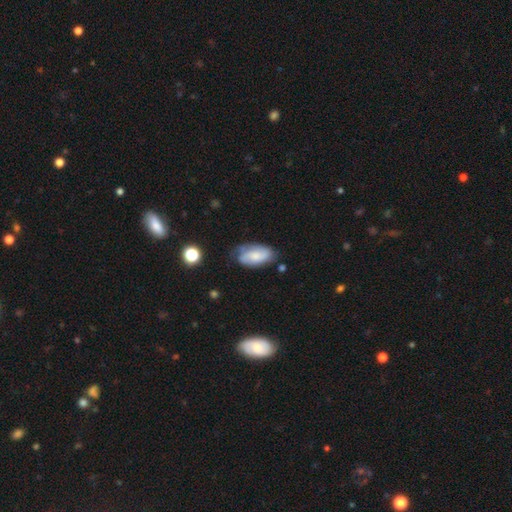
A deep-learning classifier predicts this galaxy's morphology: Overall: smooth (48%; featured or disk 45%). Merging: none (61%; minor disturbance 27%).